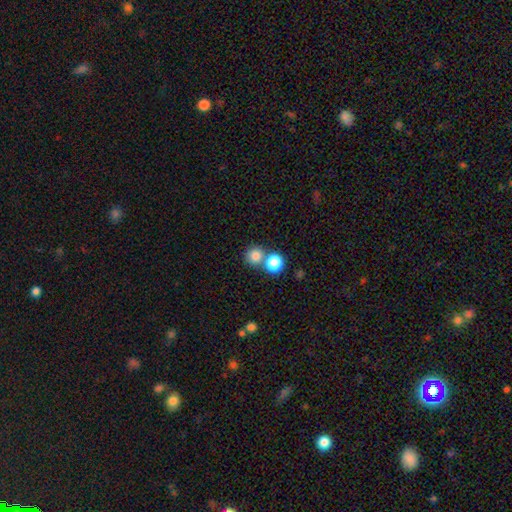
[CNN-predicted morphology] The model was most divided on "merging": none: 58%, merger: 33%, minor disturbance: 6%, major disturbance: 3%. More confident: how rounded — round (90%); smooth or featured — smooth (80%).